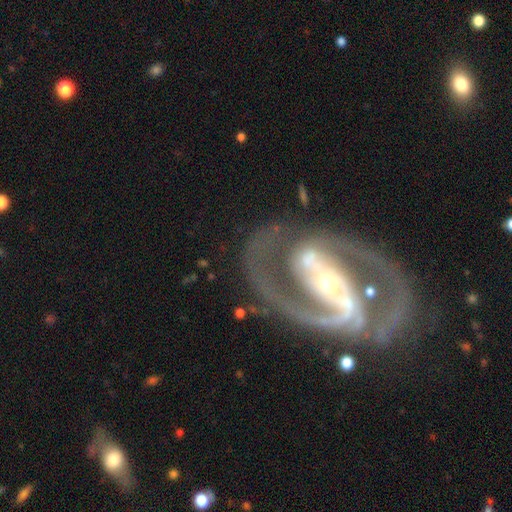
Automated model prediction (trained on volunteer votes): Smooth or featured? featured or disk (92%)
Edge-on disk? no (97%)
Bar? strong (60%)
Spiral arms? yes (96%)
Spiral winding? medium (57%)
Spiral arm count? 2 (88%)
Bulge size? moderate (54%)
Merging? none (63%)